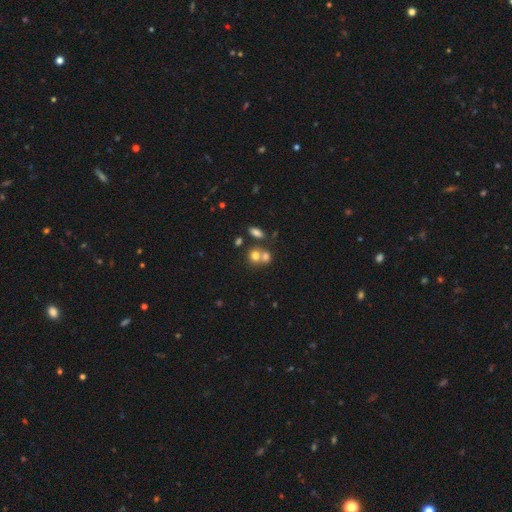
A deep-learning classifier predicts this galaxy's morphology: This is likely a smooth galaxy (72%). How rounded: likely round (65%). Merging: possibly merger (51%).